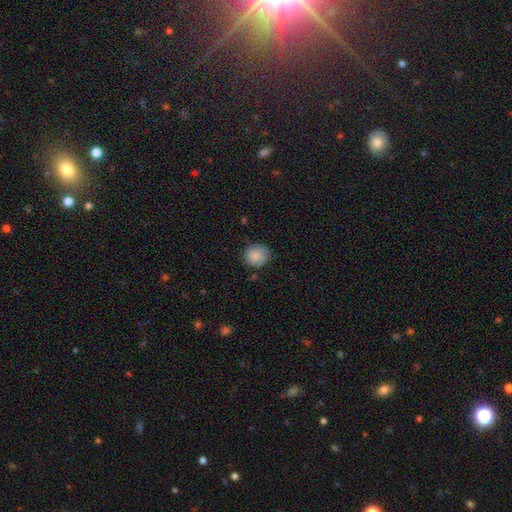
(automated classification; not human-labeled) A smooth galaxy with no disk features (85%) that is round (84%).

Vote fractions:
- Smooth or featured? smooth: 85% / featured or disk: 8% / star or artifact: 8%
- How rounded? round: 84% / in between: 15% / cigar-shaped: 1%
- Merging? none: 76% / minor disturbance: 19% / major disturbance: 4% / merger: 2%